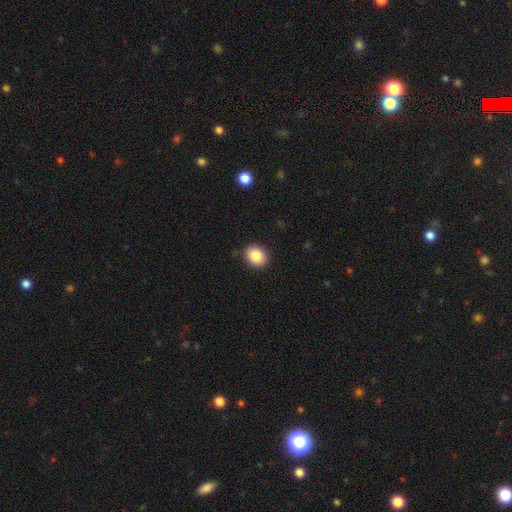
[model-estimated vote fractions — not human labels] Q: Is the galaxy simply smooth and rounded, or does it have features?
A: smooth — 86%.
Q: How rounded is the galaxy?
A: round — 62%.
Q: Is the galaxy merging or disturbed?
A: none — 88%.